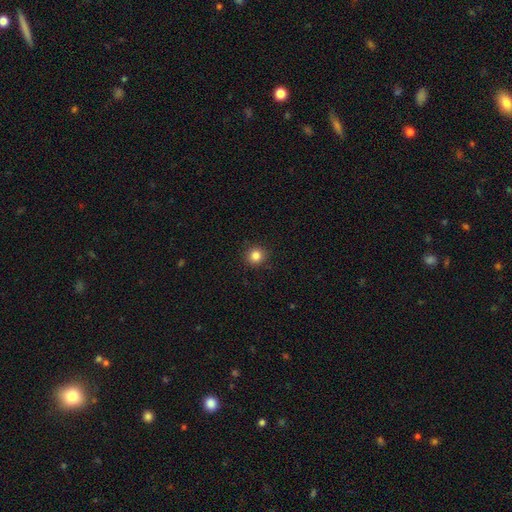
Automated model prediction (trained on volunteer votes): A smooth galaxy with no disk features (84%) that is round (94%).

Vote fractions:
- Smooth or featured? smooth: 84% / star or artifact: 12% / featured or disk: 4%
- How rounded? round: 94% / in between: 5% / cigar-shaped: 1%
- Merging? none: 92% / minor disturbance: 6% / major disturbance: 2% / merger: 1%